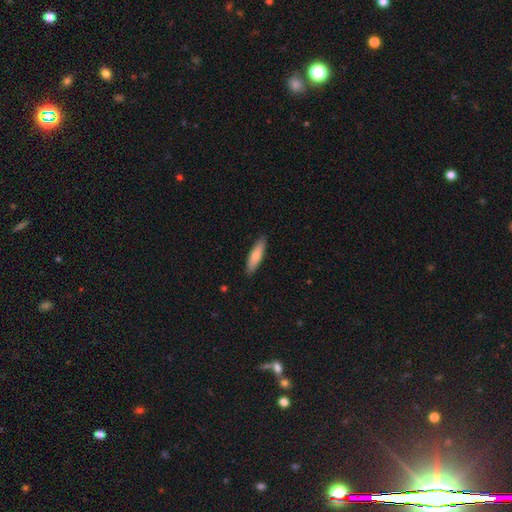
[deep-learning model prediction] A smooth galaxy with no disk features (76%) that is cigar-shaped (70%).

Vote fractions:
- Smooth or featured? smooth: 76% / featured or disk: 19% / star or artifact: 5%
- How rounded? cigar-shaped: 70% / in between: 29% / round: 2%
- Merging? none: 89% / minor disturbance: 8% / major disturbance: 2% / merger: 1%